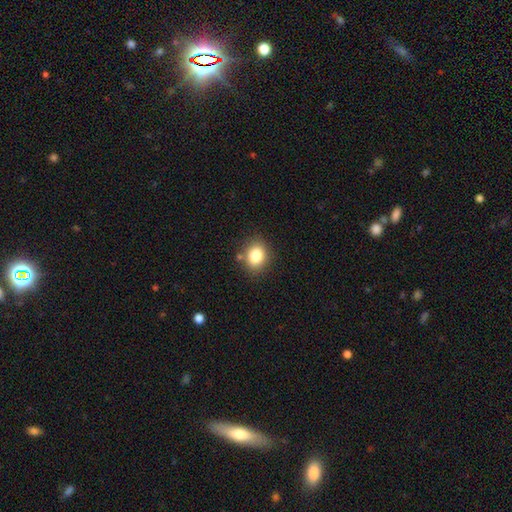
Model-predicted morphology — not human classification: The model was most divided on "how rounded": round: 56%, in between: 43%, cigar-shaped: 1%. More confident: smooth or featured — smooth (83%); merging — none (82%).